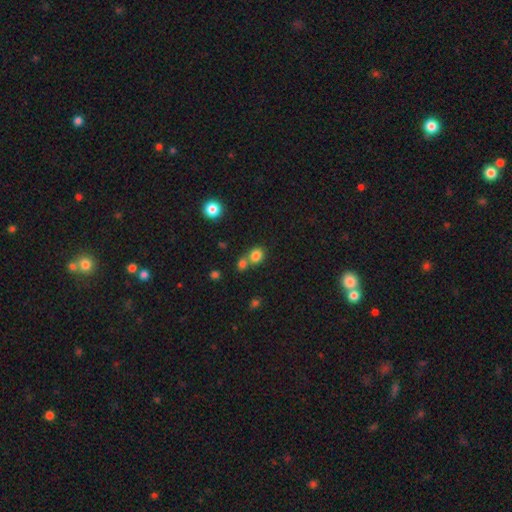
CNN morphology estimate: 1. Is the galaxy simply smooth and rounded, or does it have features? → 82% smooth, 12% star or artifact, 6% featured or disk.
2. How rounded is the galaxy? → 68% round, 31% in between, 1% cigar-shaped.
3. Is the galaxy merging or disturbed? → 50% none, 39% merger, 8% minor disturbance, 3% major disturbance.